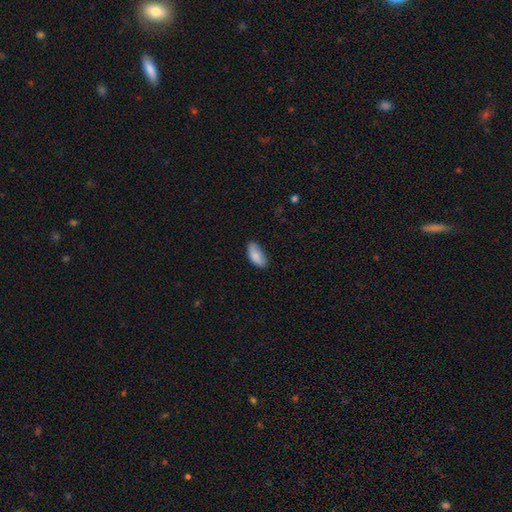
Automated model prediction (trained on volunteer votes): A smooth galaxy with no disk features (85%) that is in between round and cigar-shaped (90%). Merging: none (74%).